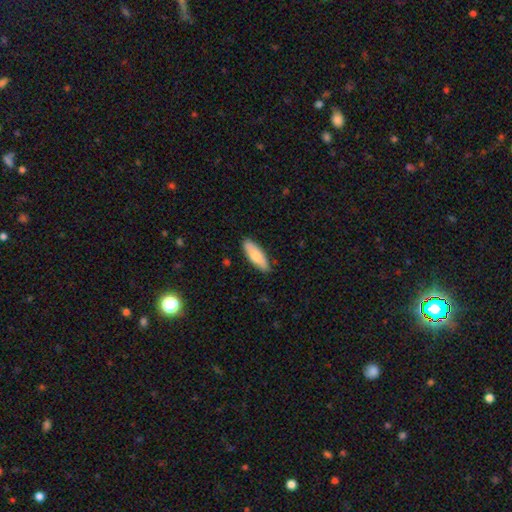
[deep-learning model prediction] Q: Smooth or featured?
A: smooth (78%); runner-up: featured or disk (16%)
Q: How rounded?
A: in between (60%); runner-up: cigar-shaped (38%)
Q: Merging?
A: none (86%); runner-up: minor disturbance (11%)